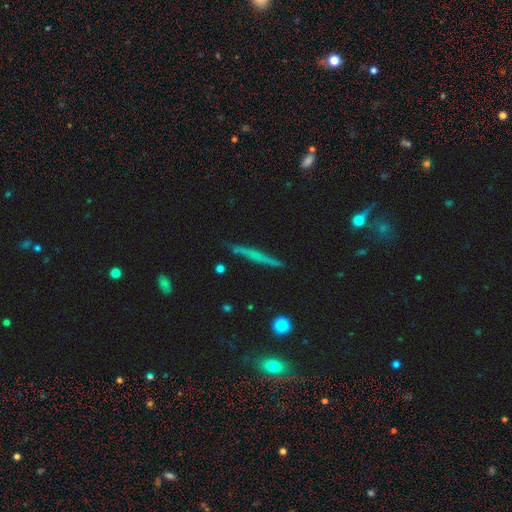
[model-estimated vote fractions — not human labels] smooth_or_featured: featured or disk (p=0.51) [alt: smooth p=0.39]
disk_edge_on: yes (p=0.95) [alt: no p=0.05]
merging: none (p=0.86) [alt: minor disturbance p=0.10]